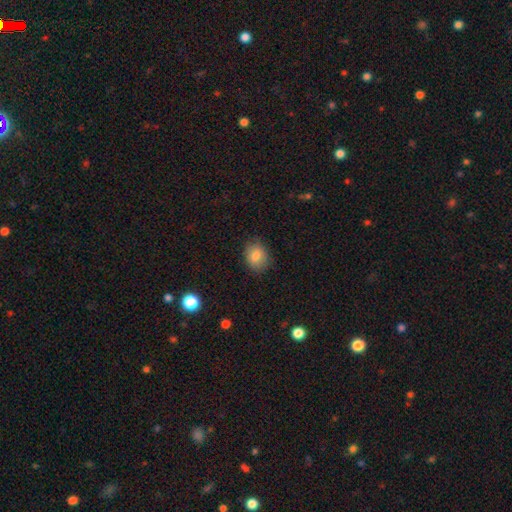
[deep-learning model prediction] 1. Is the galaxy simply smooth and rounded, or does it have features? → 82% smooth, 9% star or artifact, 9% featured or disk.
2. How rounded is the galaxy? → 54% in between, 45% round, 1% cigar-shaped.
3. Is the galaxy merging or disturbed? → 81% none, 14% minor disturbance, 3% major disturbance, 1% merger.